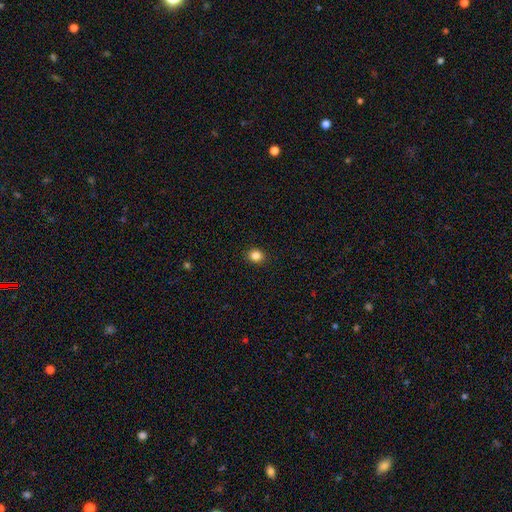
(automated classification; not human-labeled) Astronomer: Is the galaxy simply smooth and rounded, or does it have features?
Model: smooth — 85%.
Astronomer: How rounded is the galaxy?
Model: round — 74%.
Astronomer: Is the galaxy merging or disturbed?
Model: none — 92%.